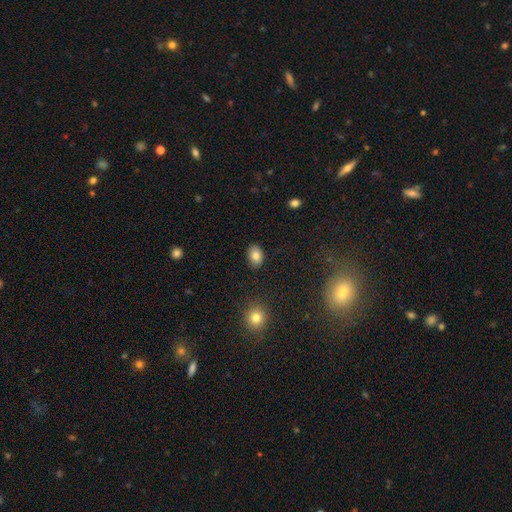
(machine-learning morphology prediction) The model was most divided on "how rounded": in between: 78%, round: 21%, cigar-shaped: 1%. More confident: merging — none (87%); smooth or featured — smooth (82%).